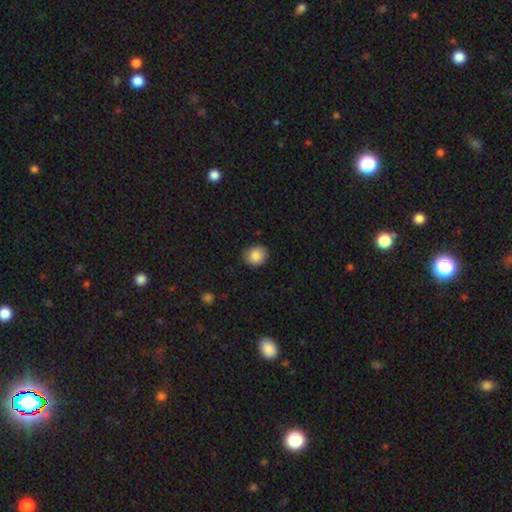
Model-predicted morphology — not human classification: smooth-or-featured: smooth: 87% | star or artifact: 8% | featured or disk: 5%
  how-rounded: round: 72% | in between: 27% | cigar-shaped: 1%
  merging: none: 87% | minor disturbance: 9% | major disturbance: 2% | merger: 1%